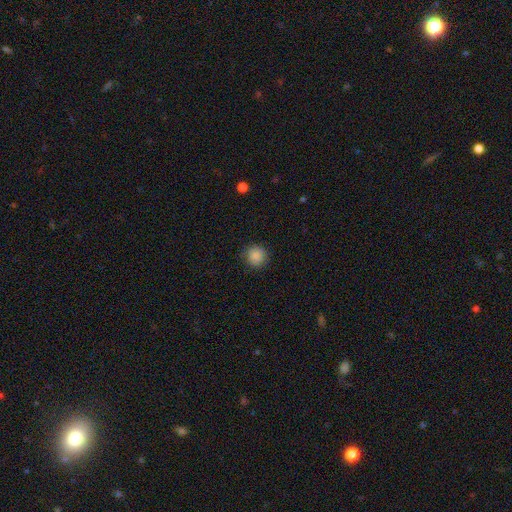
Morphology: type=smooth (95%); roundness=round (89%); merging=none (86%).